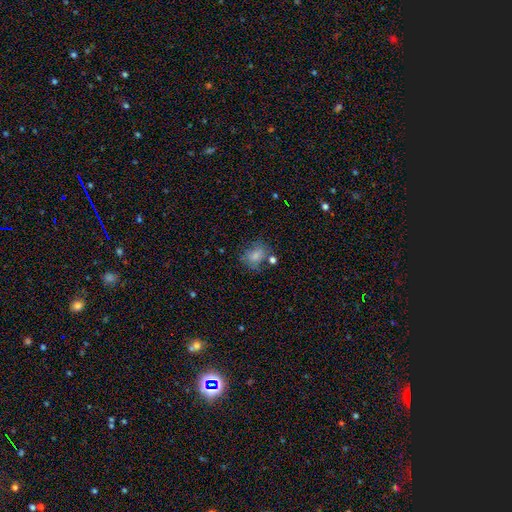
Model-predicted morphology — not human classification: Smooth or featured?
  - smooth: 74% *
  - featured or disk: 15%
  - star or artifact: 11%
How rounded?
  - round: 51% *
  - in between: 48%
  - cigar-shaped: 1%
Merging?
  - none: 55% *
  - minor disturbance: 22%
  - merger: 12%
  - major disturbance: 11%